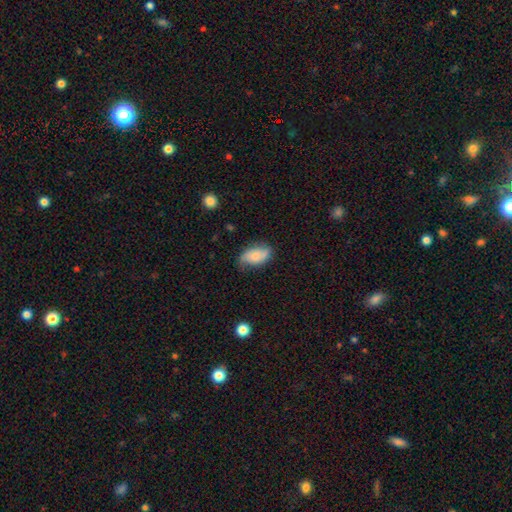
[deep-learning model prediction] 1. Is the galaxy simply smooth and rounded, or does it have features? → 63% smooth, 29% featured or disk, 7% star or artifact.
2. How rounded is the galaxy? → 92% in between, 5% round, 3% cigar-shaped.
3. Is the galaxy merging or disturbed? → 64% none, 27% minor disturbance, 7% major disturbance, 2% merger.